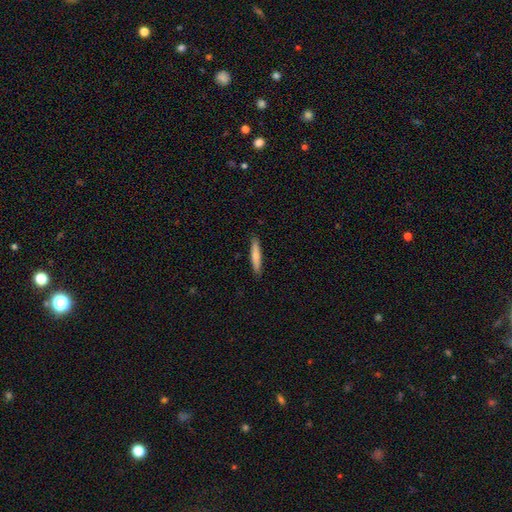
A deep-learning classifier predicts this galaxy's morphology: Smooth or featured? Predicted: smooth (p=0.74). How rounded? Predicted: cigar-shaped (p=0.91). Merging? Predicted: none (p=0.90).